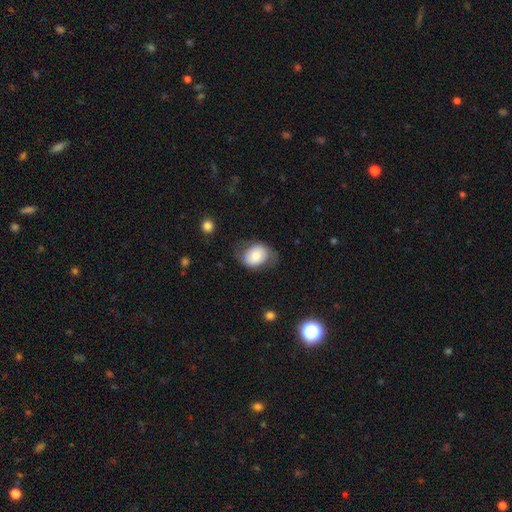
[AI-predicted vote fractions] Smooth or featured? Predicted: smooth (p=0.67). How rounded? Predicted: in between (p=0.58). Merging? Predicted: none (p=0.61).